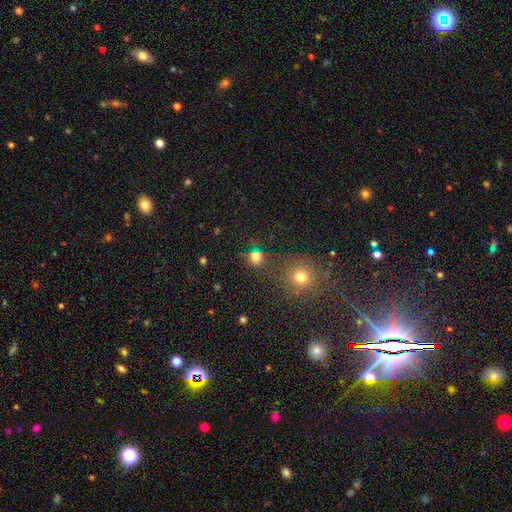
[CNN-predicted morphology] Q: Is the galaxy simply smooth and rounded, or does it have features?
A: smooth — 75%.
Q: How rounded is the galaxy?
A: round — 84%.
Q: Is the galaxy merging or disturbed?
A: none — 70%.